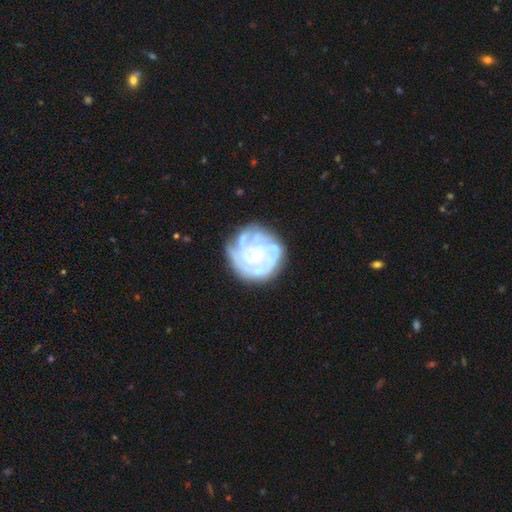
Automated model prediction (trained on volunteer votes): featured or disk 78%, smooth 14%, star or artifact 8%. Down the decision tree: edge-on disk — no (98%); bar — no (79%); spiral arms — yes (87%); spiral arm count — can't tell (36%); spiral winding — tight (72%); bulge size — small (72%); merging — none (71%).